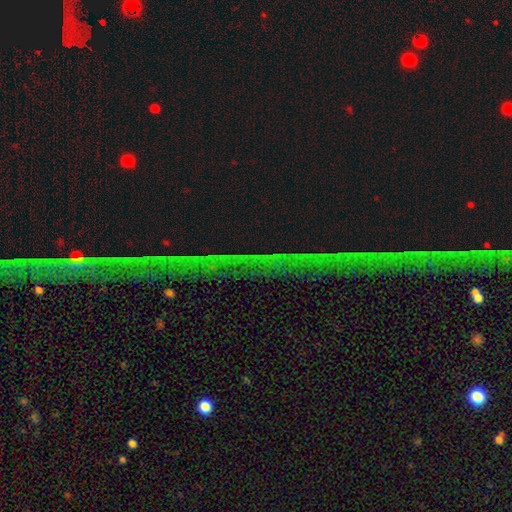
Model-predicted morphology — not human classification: Smooth or featured? Predicted: star or artifact (p=0.79).